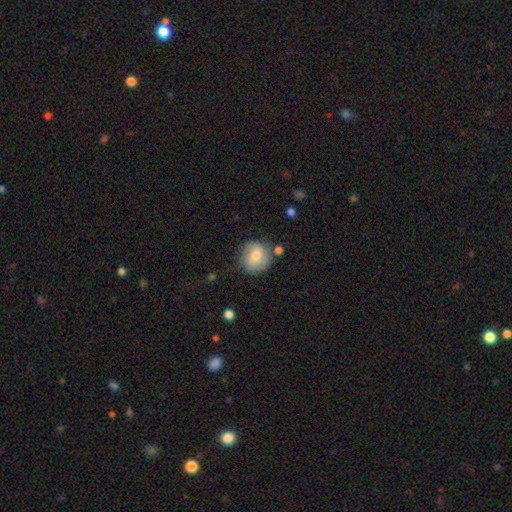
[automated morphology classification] A smooth galaxy with no disk features (65%) that is round (84%). Merging: none (66%).